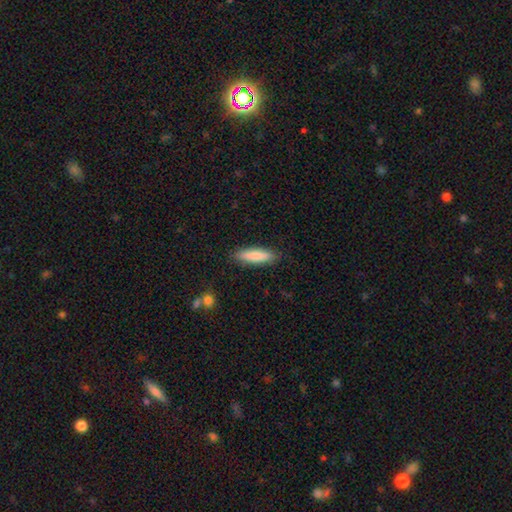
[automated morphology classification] A smooth galaxy with no disk features (84%) that is cigar-shaped (70%).

Vote fractions:
- Smooth or featured? smooth: 84% / featured or disk: 10% / star or artifact: 6%
- How rounded? cigar-shaped: 70% / in between: 28% / round: 1%
- Merging? none: 87% / minor disturbance: 9% / major disturbance: 2% / merger: 1%